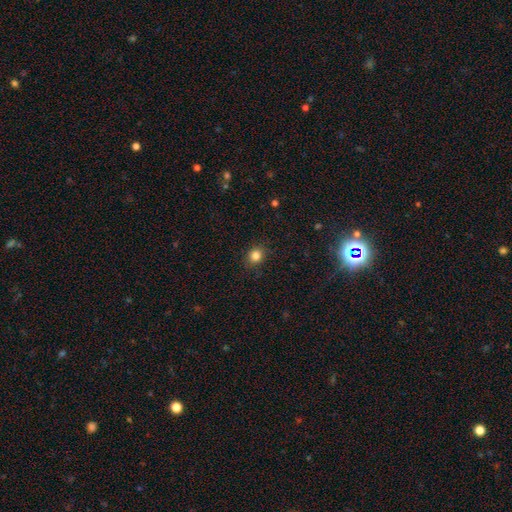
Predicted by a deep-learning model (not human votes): Morphology: type=smooth (83%); roundness=round (79%); merging=none (88%).